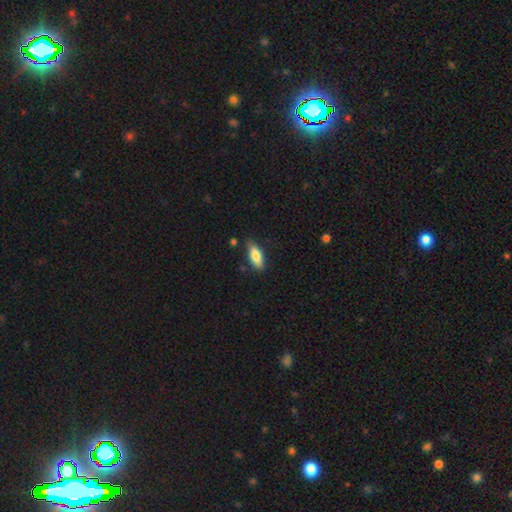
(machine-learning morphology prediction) This is likely a smooth galaxy (79%). How rounded: likely in between (70%). Merging: likely none (80%).